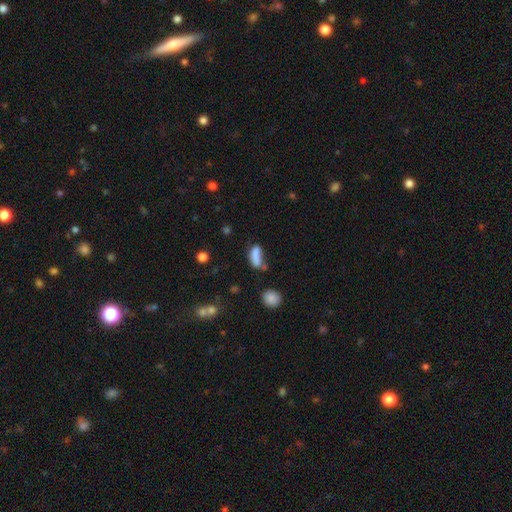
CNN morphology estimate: Q: Smooth or featured?
A: smooth (78%); runner-up: star or artifact (11%)
Q: How rounded?
A: in between (68%); runner-up: cigar-shaped (27%)
Q: Merging?
A: none (39%); runner-up: minor disturbance (25%)